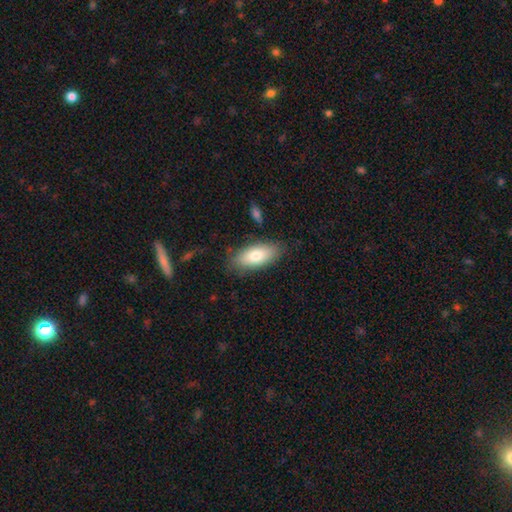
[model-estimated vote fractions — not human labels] Smooth or featured?
  - smooth: 78% *
  - featured or disk: 15%
  - star or artifact: 6%
How rounded?
  - in between: 87% *
  - cigar-shaped: 10%
  - round: 3%
Merging?
  - none: 80% *
  - minor disturbance: 14%
  - major disturbance: 4%
  - merger: 2%